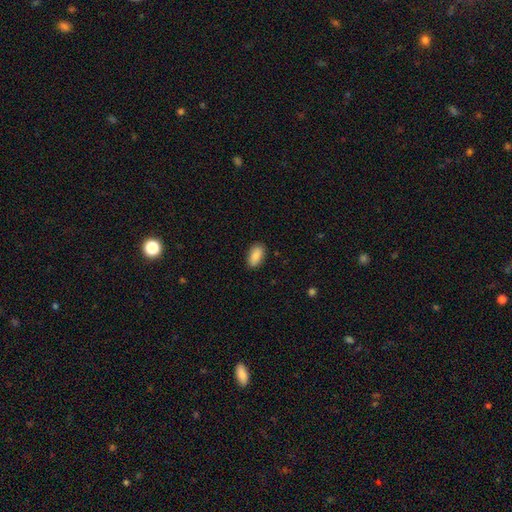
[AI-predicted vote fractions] A smooth galaxy with no disk features (89%) that is in between round and cigar-shaped (91%). Merging: none (88%).